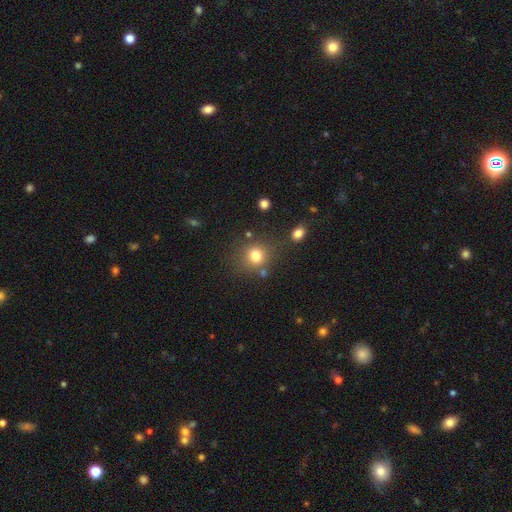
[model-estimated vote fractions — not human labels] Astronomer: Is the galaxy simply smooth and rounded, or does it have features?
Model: smooth — 78%.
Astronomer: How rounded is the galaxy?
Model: round — 85%.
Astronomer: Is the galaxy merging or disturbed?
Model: none — 74%.